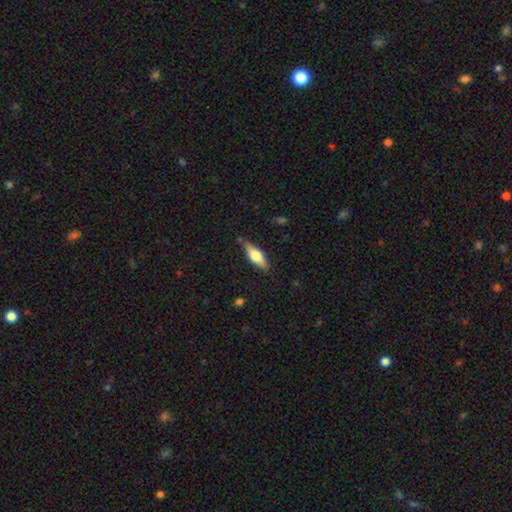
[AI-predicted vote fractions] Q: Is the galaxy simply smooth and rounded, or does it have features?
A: smooth — 48%.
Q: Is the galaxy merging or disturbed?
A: none — 80%.